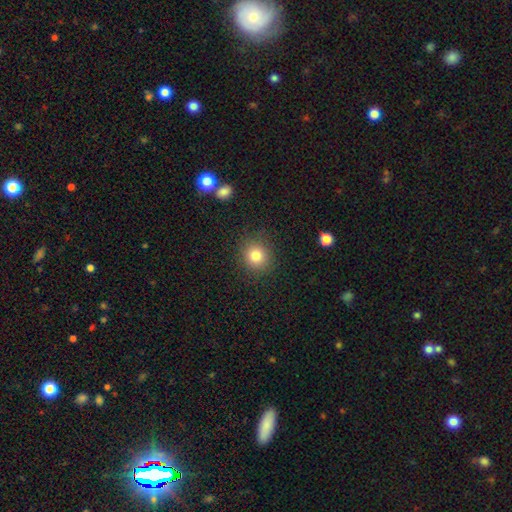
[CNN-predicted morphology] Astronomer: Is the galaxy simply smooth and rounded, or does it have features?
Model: smooth — 82%.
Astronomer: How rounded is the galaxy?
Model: round — 84%.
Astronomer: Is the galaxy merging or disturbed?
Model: none — 87%.